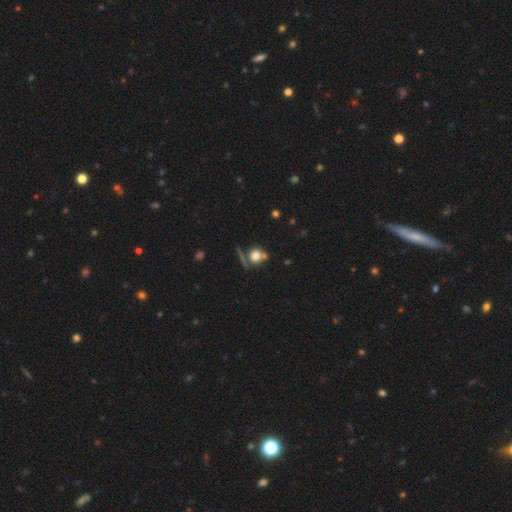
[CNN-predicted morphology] A smooth galaxy with no disk features (73%) that is round (83%). Merging: none (56%).